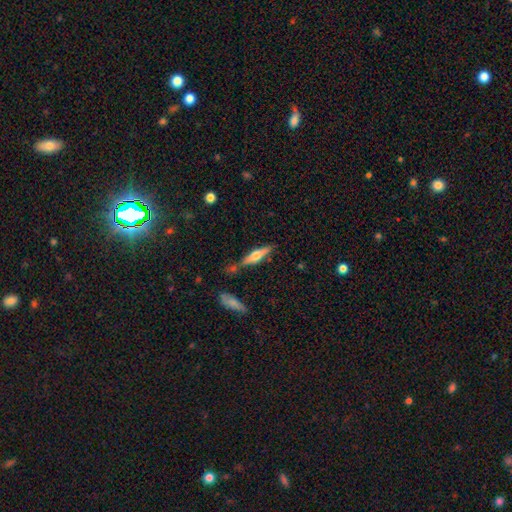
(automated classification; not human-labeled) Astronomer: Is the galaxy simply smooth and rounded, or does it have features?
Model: featured or disk — 55% (runner-up: smooth, 39%).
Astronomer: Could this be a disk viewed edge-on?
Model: yes — 94%.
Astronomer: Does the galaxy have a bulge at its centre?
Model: rounded — 91%.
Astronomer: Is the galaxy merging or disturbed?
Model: none — 74%.